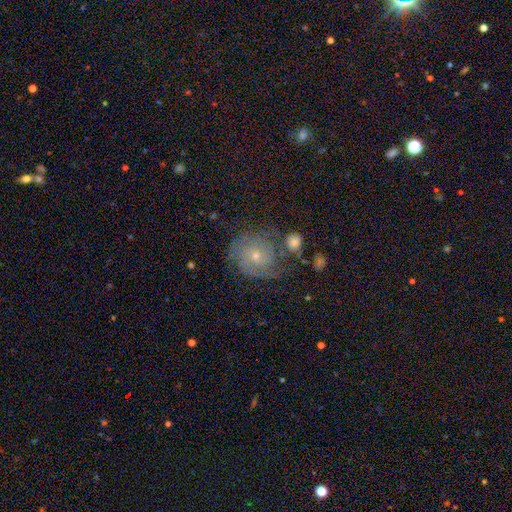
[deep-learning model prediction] The model was most divided on "spiral arm count": can't tell: 41%, 2: 26%, 3: 15%, 1: 8%, 4: 6%, more than 4: 5%. More confident: edge-on disk — no (97%); spiral arms — yes (88%); bar — no (75%); smooth or featured — featured or disk (66%); spiral winding — tight (63%); merging — none (63%); bulge size — small (57%).